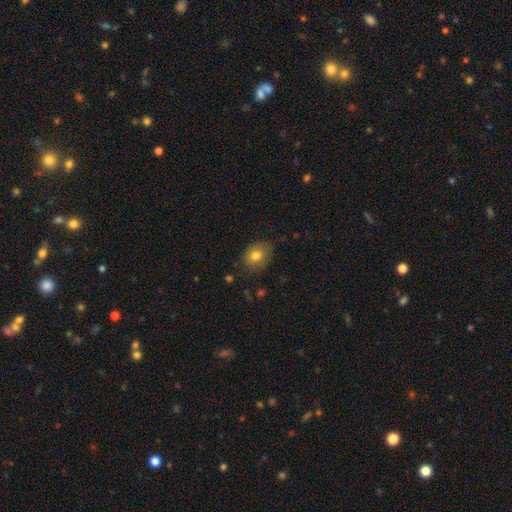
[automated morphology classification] smooth 79%, featured or disk 12%, star or artifact 9%. Down the decision tree: how rounded — in between (58%); merging — none (75%).